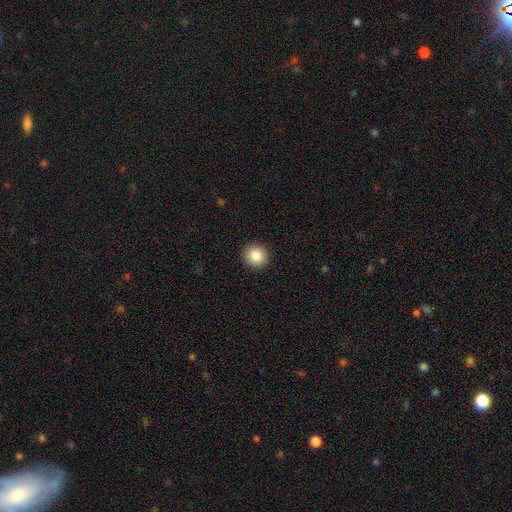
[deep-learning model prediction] Smooth or featured? smooth (86%)
How rounded? round (91%)
Merging? none (92%)